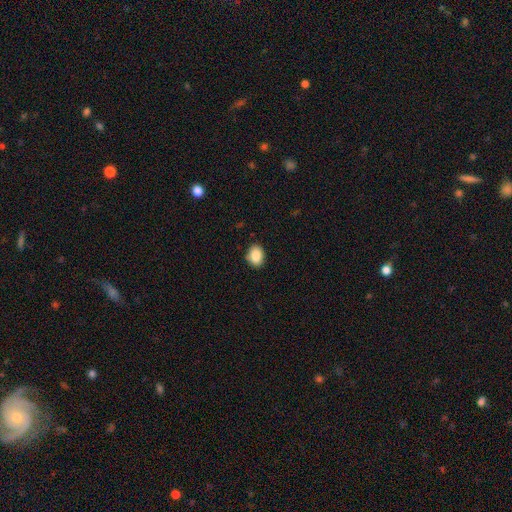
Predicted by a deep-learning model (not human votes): Smooth or featured? Predicted: smooth (p=0.87). How rounded? Predicted: in between (p=0.63). Merging? Predicted: none (p=0.85).